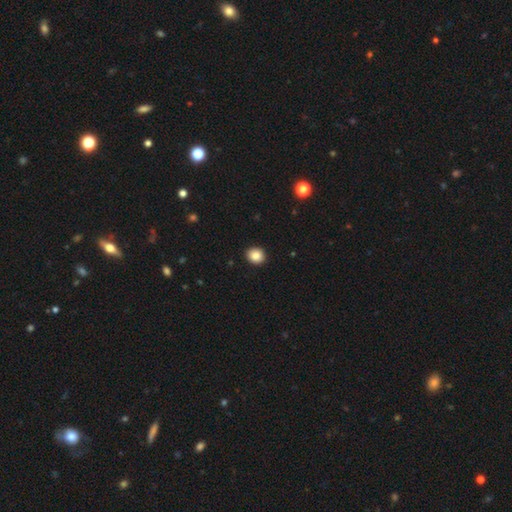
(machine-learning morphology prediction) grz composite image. It shows a smooth galaxy with no disk features (86%) that is round (75%). Merging: none (92%).